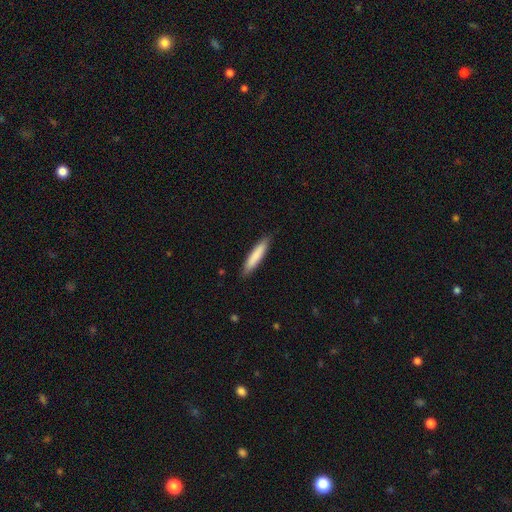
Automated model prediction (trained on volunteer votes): Smooth or featured?
  - smooth: 81% *
  - featured or disk: 14%
  - star or artifact: 5%
How rounded?
  - cigar-shaped: 87% *
  - in between: 12%
  - round: 1%
Merging?
  - none: 87% *
  - minor disturbance: 10%
  - major disturbance: 2%
  - merger: 1%